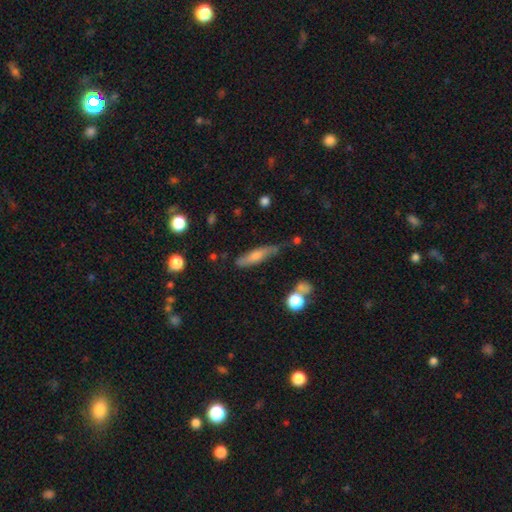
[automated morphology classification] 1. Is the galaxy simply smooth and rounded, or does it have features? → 57% smooth, 35% featured or disk, 8% star or artifact.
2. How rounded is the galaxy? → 77% cigar-shaped, 21% in between, 3% round.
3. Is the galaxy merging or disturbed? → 67% none, 23% minor disturbance, 6% major disturbance, 4% merger.